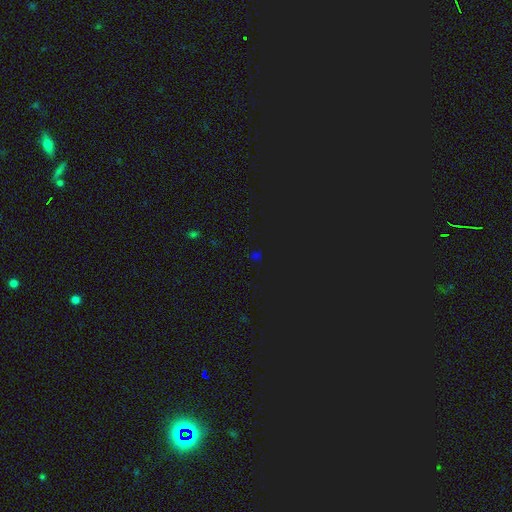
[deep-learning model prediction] The model was most divided on "smooth or featured": star or artifact: 67%, smooth: 27%, featured or disk: 6%.